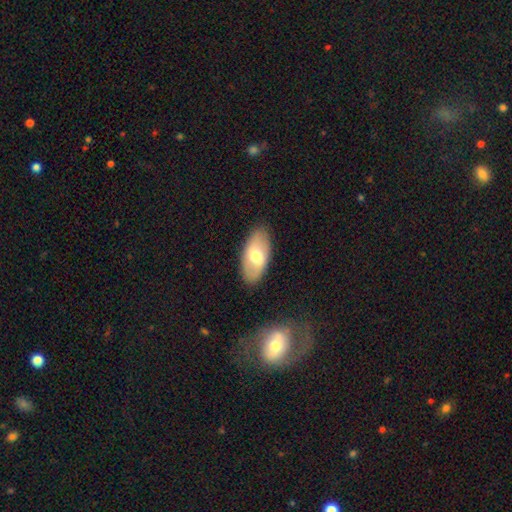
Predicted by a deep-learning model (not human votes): Smooth or featured? Predicted: smooth (p=0.58). How rounded? Predicted: in between (p=0.93). Merging? Predicted: none (p=0.86).